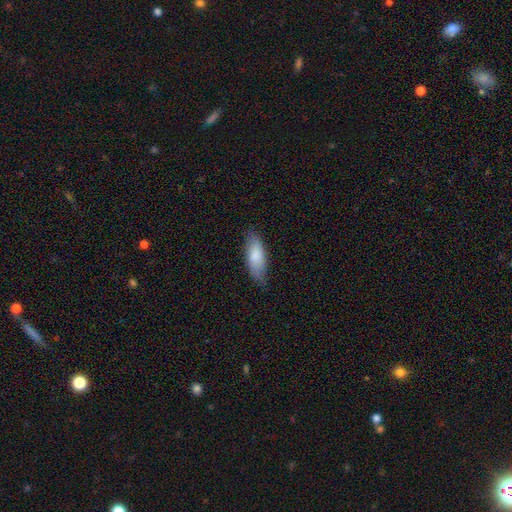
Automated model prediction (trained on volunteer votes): A smooth galaxy with no disk features (80%) that is in between round and cigar-shaped (73%).

Vote fractions:
- Smooth or featured? smooth: 80% / featured or disk: 15% / star or artifact: 5%
- How rounded? in between: 73% / cigar-shaped: 25% / round: 2%
- Merging? none: 72% / minor disturbance: 23% / major disturbance: 4% / merger: 1%